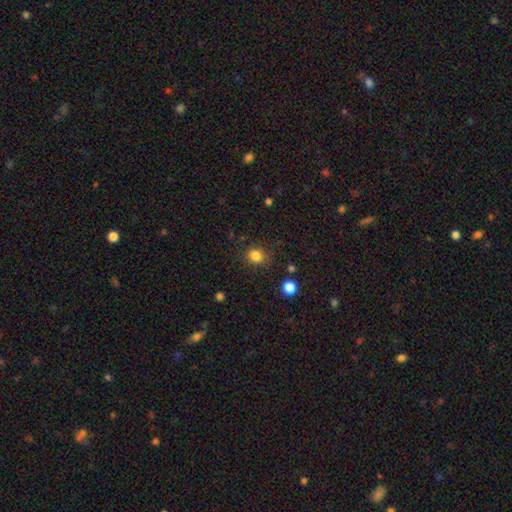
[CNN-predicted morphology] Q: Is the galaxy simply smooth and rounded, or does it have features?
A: smooth — 83%.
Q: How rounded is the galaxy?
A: round — 79%.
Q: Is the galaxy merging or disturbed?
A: none — 85%.